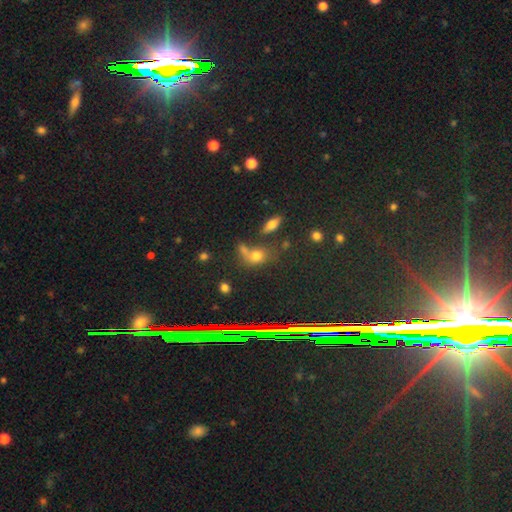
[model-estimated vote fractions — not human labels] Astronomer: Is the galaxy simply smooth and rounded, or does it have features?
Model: smooth — 60%.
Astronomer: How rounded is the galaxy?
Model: in between — 49% (runner-up: round, 45%).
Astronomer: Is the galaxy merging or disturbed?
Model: none — 50% (runner-up: merger, 32%).